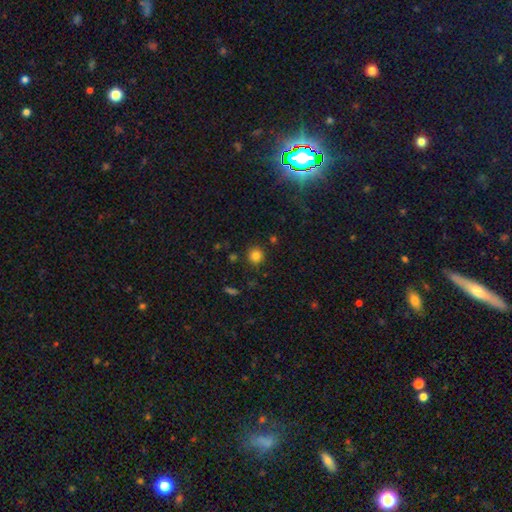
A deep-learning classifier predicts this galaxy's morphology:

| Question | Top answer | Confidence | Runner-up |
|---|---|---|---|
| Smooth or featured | smooth | 82% | star or artifact (14%) |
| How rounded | round | 91% | in between (8%) |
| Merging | none | 85% | minor disturbance (9%) |